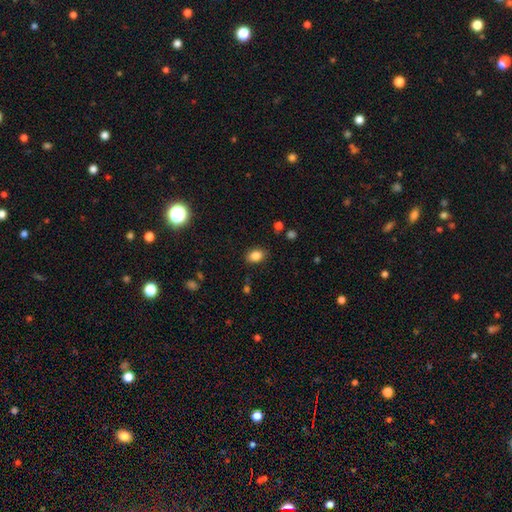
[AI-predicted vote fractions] This is clearly a smooth galaxy (85%). How rounded: likely in between (74%). Merging: clearly none (84%).